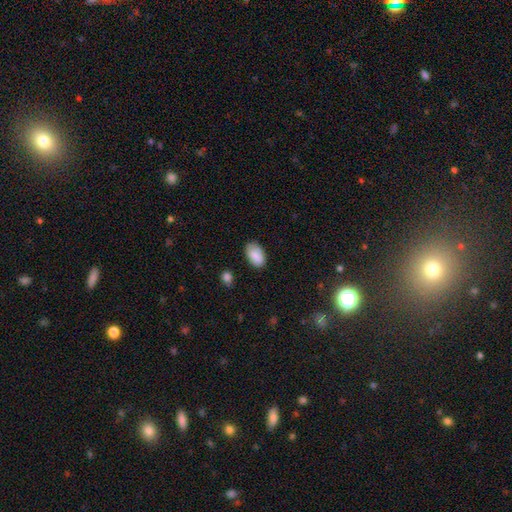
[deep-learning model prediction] Smooth or featured: smooth — 86% (featured or disk — 7%)
How rounded: in between — 94% (round — 5%)
Merging: none — 77% (minor disturbance — 18%)